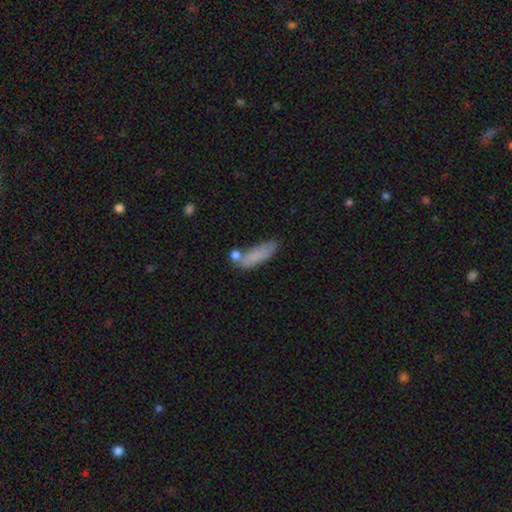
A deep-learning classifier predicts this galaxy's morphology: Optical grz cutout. It shows a smooth galaxy with no disk features (81%) that is cigar-shaped (52%). Merging: none (59%).